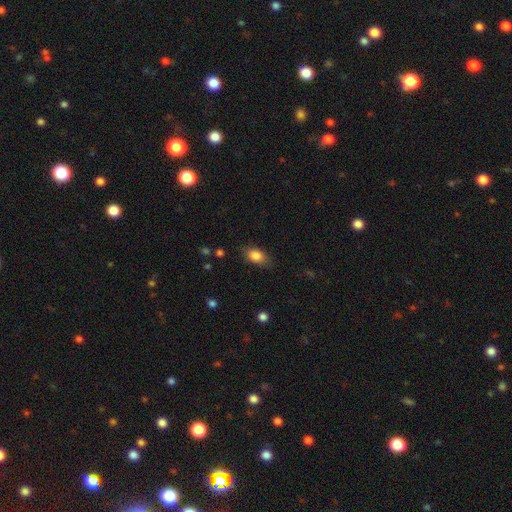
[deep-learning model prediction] A smooth galaxy with no disk features (85%) that is in between round and cigar-shaped (85%).

Vote fractions:
- Smooth or featured? smooth: 85% / star or artifact: 8% / featured or disk: 7%
- How rounded? in between: 85% / round: 12% / cigar-shaped: 3%
- Merging? none: 78% / minor disturbance: 17% / major disturbance: 4% / merger: 1%